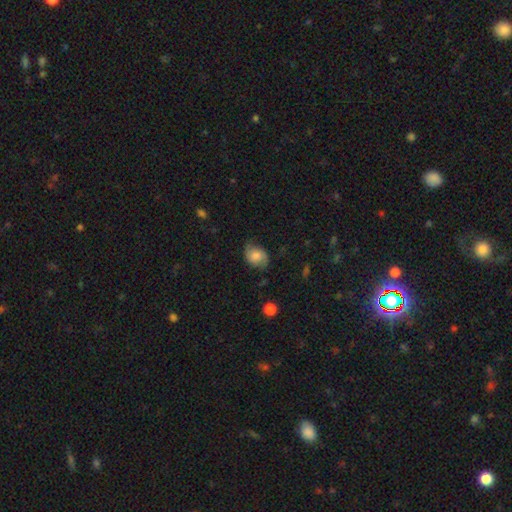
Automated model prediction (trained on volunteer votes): Smooth or featured? Predicted: smooth (p=0.61). How rounded? Predicted: in between (p=0.60). Merging? Predicted: none (p=0.63).